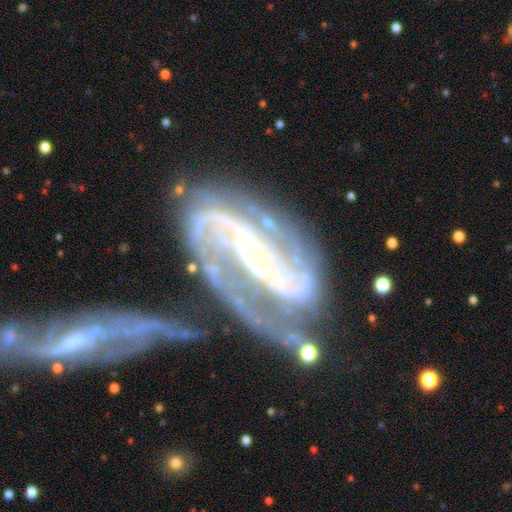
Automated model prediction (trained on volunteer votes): smooth_or_featured: featured or disk (p=0.90) [alt: star or artifact p=0.06]
disk_edge_on: no (p=0.96) [alt: yes p=0.04]
bar: strong (p=0.47) [alt: weak p=0.31]
has_spiral_arms: yes (p=0.98) [alt: no p=0.02]
spiral_winding: medium (p=0.47) [alt: tight p=0.35]
spiral_arm_count: 2 (p=0.75) [alt: 3 p=0.09]
bulge_size: small (p=0.59) [alt: moderate p=0.20]
merging: none (p=0.39) [alt: merger p=0.25]